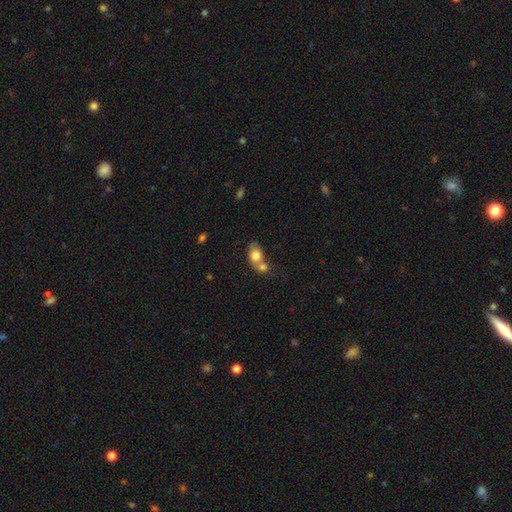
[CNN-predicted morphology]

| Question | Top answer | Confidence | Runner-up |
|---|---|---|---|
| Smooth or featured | smooth | 75% | featured or disk (17%) |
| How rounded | in between | 61% | round (37%) |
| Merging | merger | 63% | none (23%) |